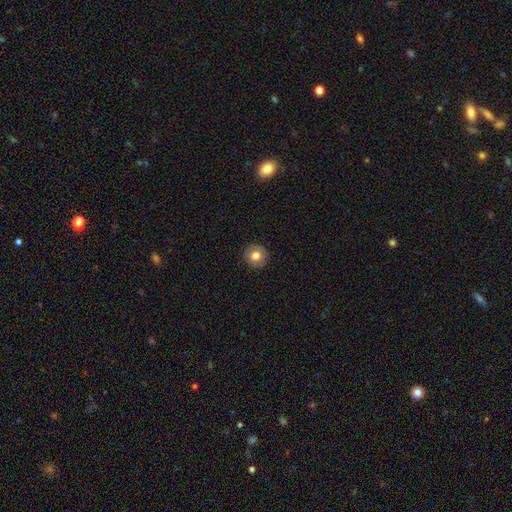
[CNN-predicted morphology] smooth 76%, featured or disk 16%, star or artifact 9%. Down the decision tree: how rounded — round (94%); merging — none (91%).